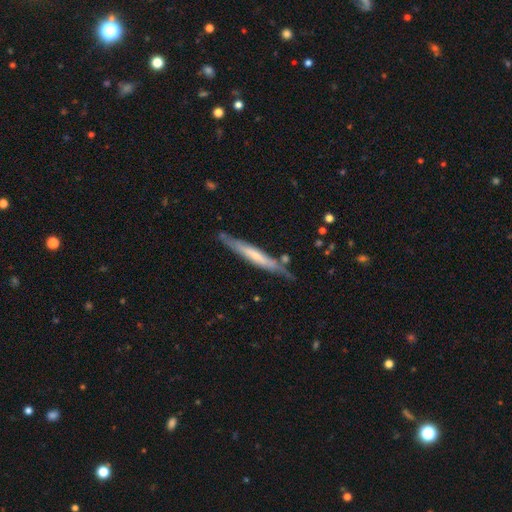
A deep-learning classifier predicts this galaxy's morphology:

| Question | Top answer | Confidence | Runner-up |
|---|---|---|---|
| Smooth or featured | featured or disk | 56% | smooth (39%) |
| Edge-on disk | yes | 85% | no (15%) |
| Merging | none | 74% | minor disturbance (18%) |